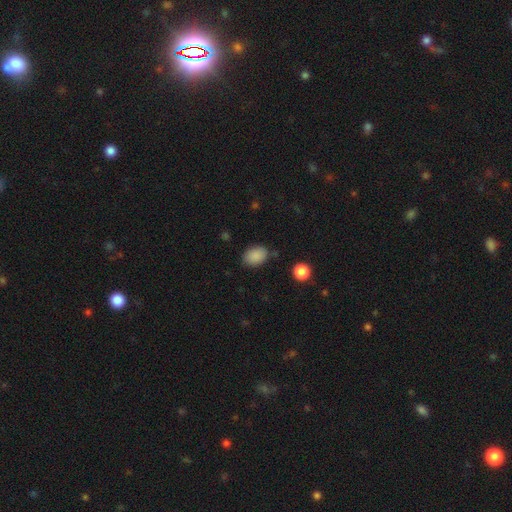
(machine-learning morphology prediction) smooth-or-featured: smooth: 88% | star or artifact: 8% | featured or disk: 4%
  how-rounded: in between: 77% | round: 22% | cigar-shaped: 1%
  merging: none: 79% | minor disturbance: 15% | major disturbance: 4% | merger: 3%